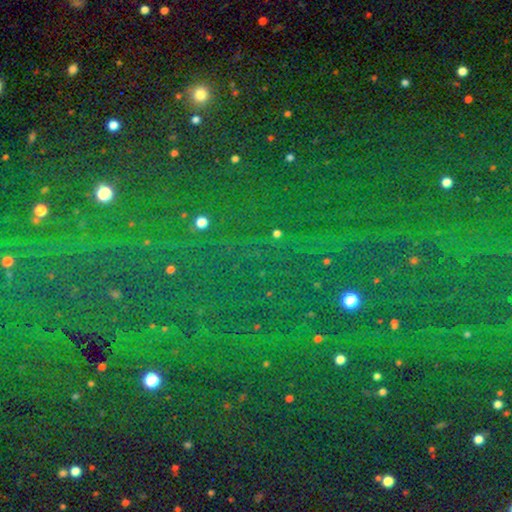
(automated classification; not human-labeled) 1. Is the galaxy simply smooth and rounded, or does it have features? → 82% star or artifact, 11% smooth, 7% featured or disk.